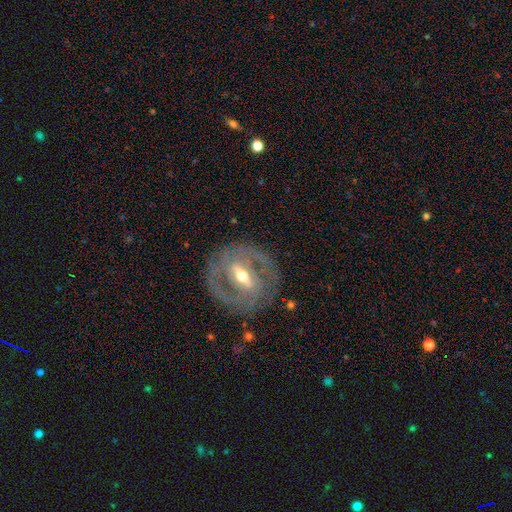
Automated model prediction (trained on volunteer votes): featured or disk 83%, smooth 10%, star or artifact 6%. Down the decision tree: edge-on disk — no (93%); bar — strong (54%); spiral arms — yes (81%); spiral arm count — 2 (72%); spiral winding — tight (56%); bulge size — moderate (61%); merging — none (80%).